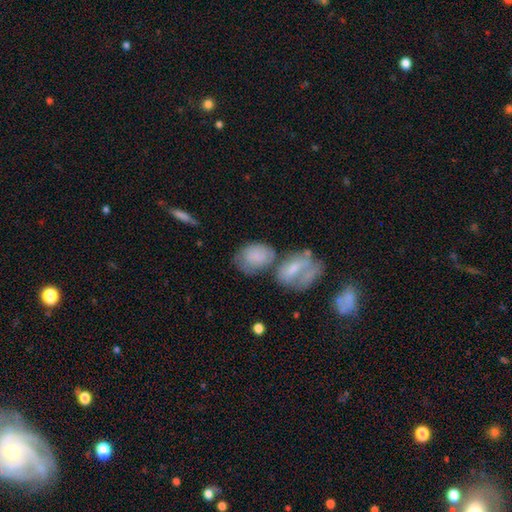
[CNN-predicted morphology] This is likely a smooth galaxy (66%). How rounded: likely in between (73%). Merging: marginally none (38%).